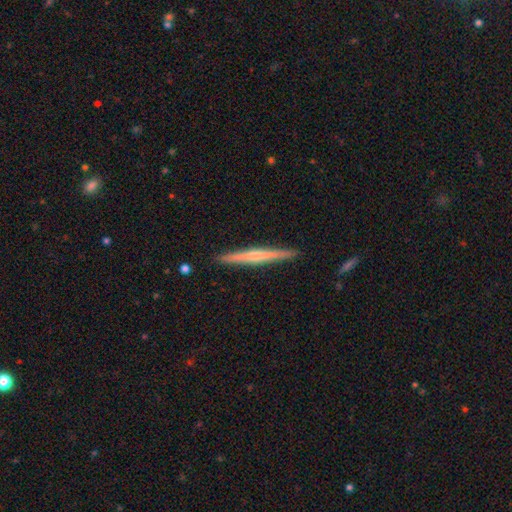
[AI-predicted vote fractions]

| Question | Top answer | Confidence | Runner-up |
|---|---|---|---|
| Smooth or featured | featured or disk | 59% | smooth (35%) |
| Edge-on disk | yes | 98% | no (2%) |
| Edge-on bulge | rounded | 47% | none (46%) |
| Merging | none | 92% | minor disturbance (6%) |